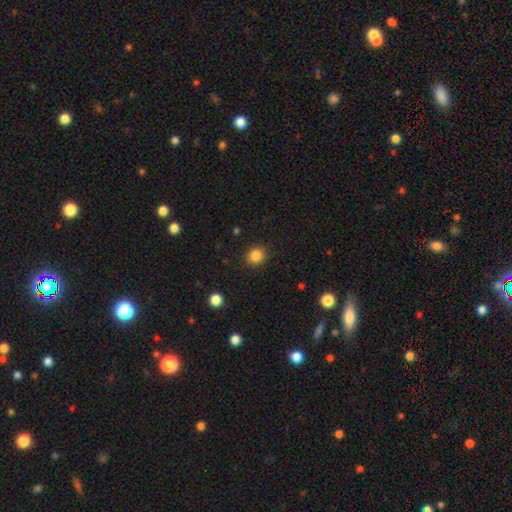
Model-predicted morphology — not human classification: smooth 85%, star or artifact 11%, featured or disk 5%. Down the decision tree: how rounded — round (78%); merging — none (89%).